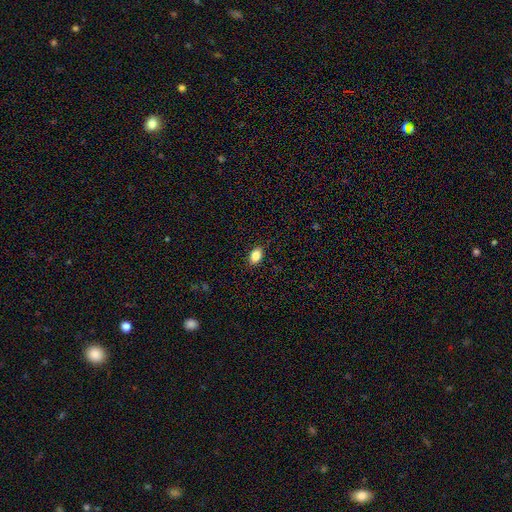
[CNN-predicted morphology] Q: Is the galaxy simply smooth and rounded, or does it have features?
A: smooth — 86%.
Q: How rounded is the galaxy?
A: in between — 86%.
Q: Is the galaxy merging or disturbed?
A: none — 87%.